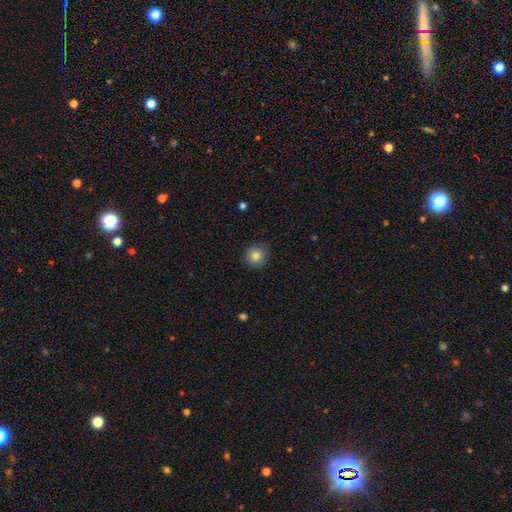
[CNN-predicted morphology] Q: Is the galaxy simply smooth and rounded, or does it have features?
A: smooth — 82%.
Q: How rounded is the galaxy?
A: round — 92%.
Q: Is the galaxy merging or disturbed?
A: none — 86%.